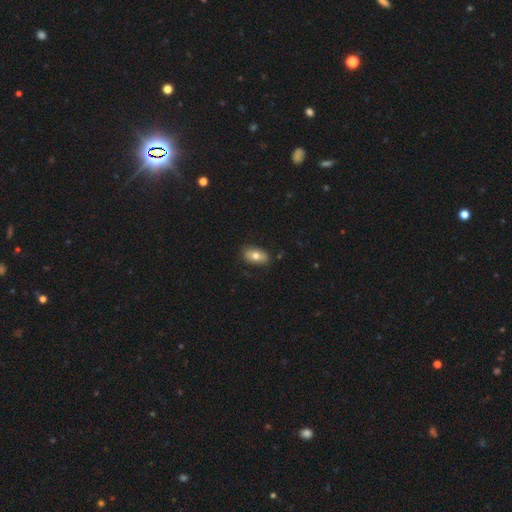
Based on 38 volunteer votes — Morphology: type=smooth (68%); roundness=in between (92%); merging=none (89%).